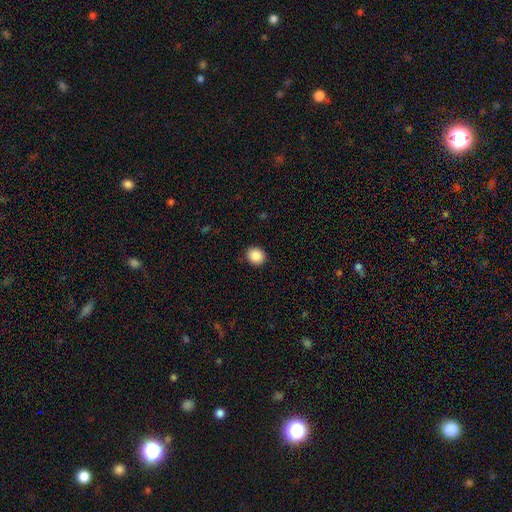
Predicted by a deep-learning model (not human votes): Smooth or featured? Predicted: smooth (p=0.89). How rounded? Predicted: round (p=0.75). Merging? Predicted: none (p=0.90).